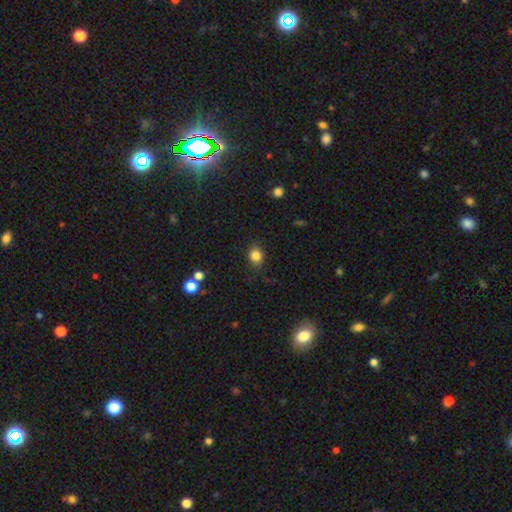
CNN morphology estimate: Smooth or featured: smooth — 83% (star or artifact — 11%)
How rounded: round — 62% (in between — 37%)
Merging: none — 82% (minor disturbance — 13%)